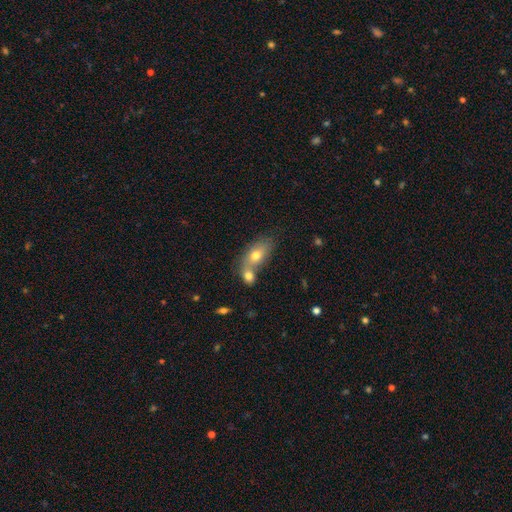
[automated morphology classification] smooth 72%, featured or disk 20%, star or artifact 9%. Down the decision tree: how rounded — in between (82%); merging — merger (56%).